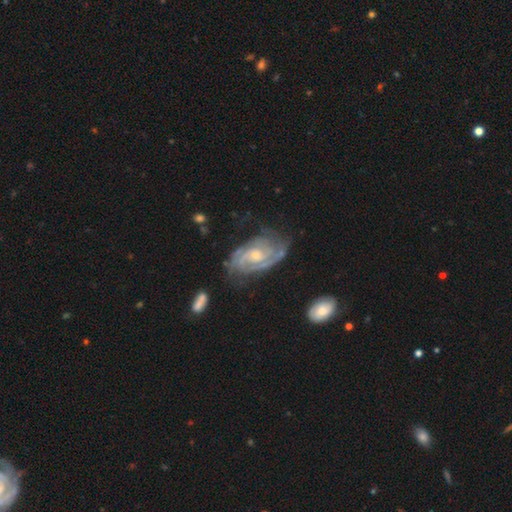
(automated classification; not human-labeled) Smooth or featured? featured or disk (88%)
Edge-on disk? no (97%)
Bar? no (58%)
Spiral arms? yes (97%)
Spiral winding? tight (62%)
Spiral arm count? 2 (51%)
Bulge size? small (55%)
Merging? none (63%)